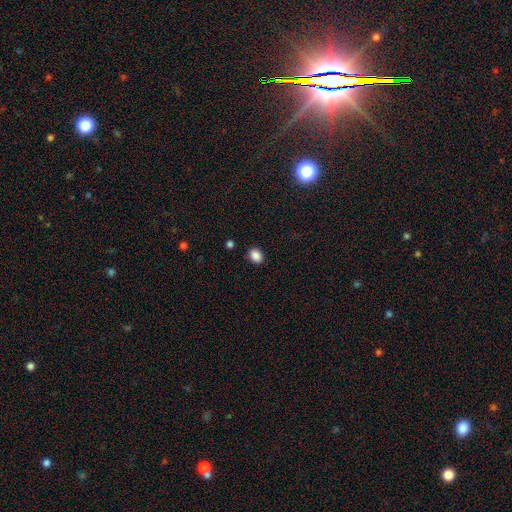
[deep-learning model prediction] The model was most divided on "how rounded": in between: 51%, round: 48%, cigar-shaped: 1%. More confident: merging — none (89%); smooth or featured — smooth (87%).